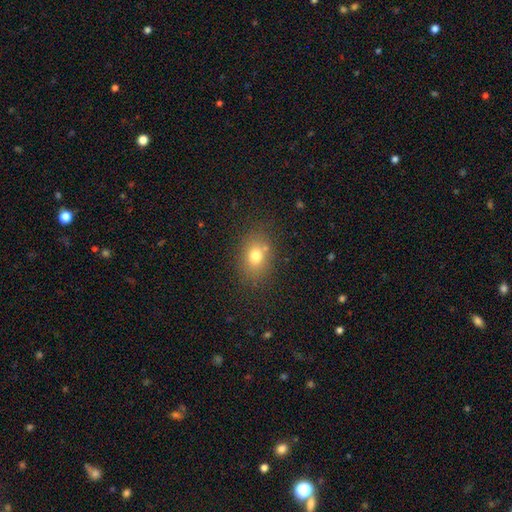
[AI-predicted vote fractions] This appears to be a smooth galaxy with no disk features (75%) that is in between round and cigar-shaped (63%). Merging: none (79%).